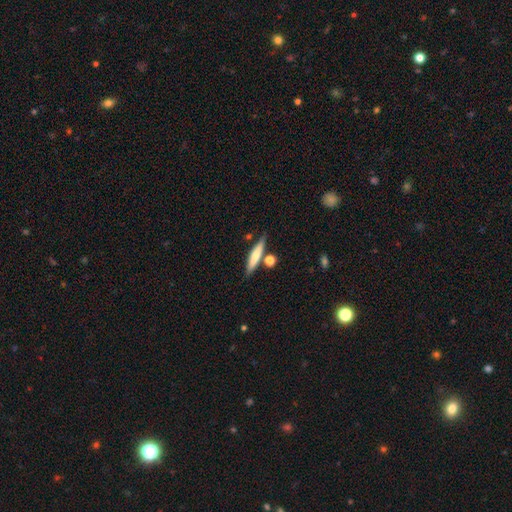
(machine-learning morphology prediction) Smooth or featured: smooth — 65% (featured or disk — 29%)
How rounded: cigar-shaped — 85% (in between — 12%)
Merging: none — 73% (merger — 12%)